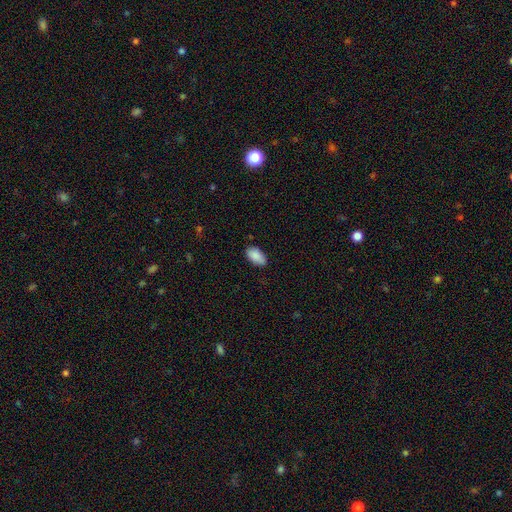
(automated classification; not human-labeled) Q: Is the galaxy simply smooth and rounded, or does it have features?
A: smooth — 88%.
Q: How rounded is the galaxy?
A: in between — 94%.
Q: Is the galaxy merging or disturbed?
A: none — 81%.